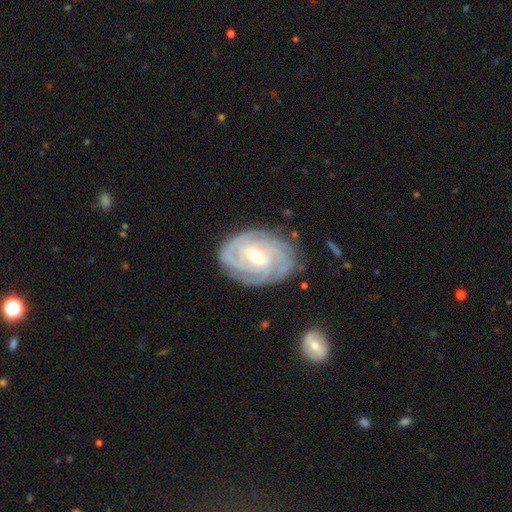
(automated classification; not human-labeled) featured or disk 87%, smooth 8%, star or artifact 5%. Down the decision tree: edge-on disk — no (97%); bar — weak (53%); spiral arms — yes (96%); spiral arm count — can't tell (30%); spiral winding — tight (78%); bulge size — small (52%); merging — none (79%).